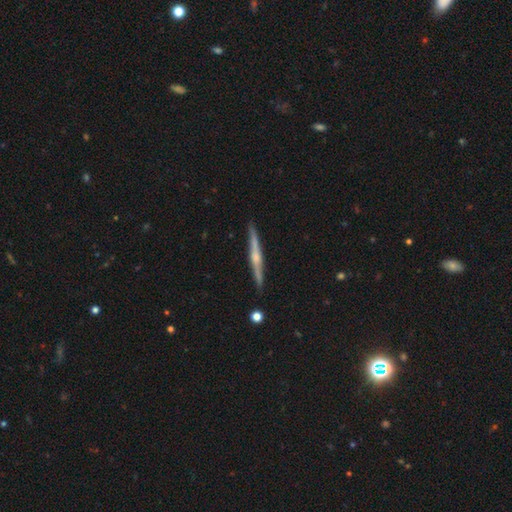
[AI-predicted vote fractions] smooth_or_featured: featured or disk (p=0.73) [alt: smooth p=0.21]
disk_edge_on: yes (p=0.98) [alt: no p=0.02]
edge_on_bulge: rounded (p=0.76) [alt: none p=0.15]
merging: none (p=0.91) [alt: minor disturbance p=0.06]